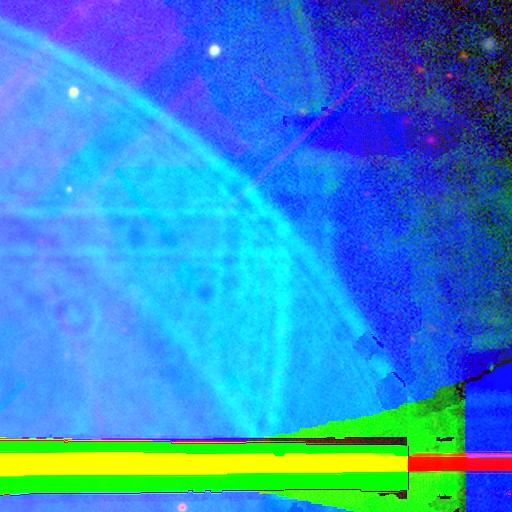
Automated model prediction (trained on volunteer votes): Smooth or featured: star or artifact — 88% (featured or disk — 6%)